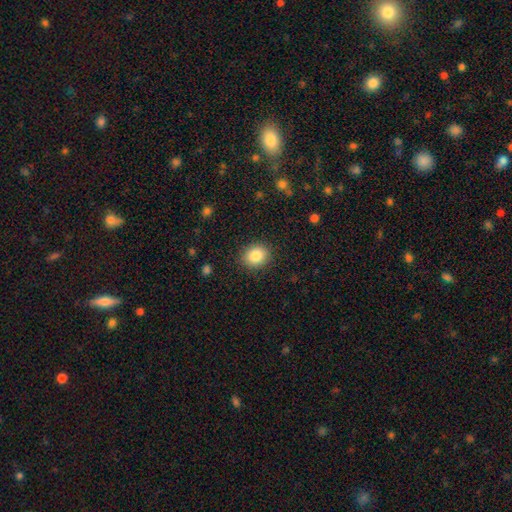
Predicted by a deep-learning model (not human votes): Smooth or featured? Predicted: smooth (p=0.85). How rounded? Predicted: round (p=0.69). Merging? Predicted: none (p=0.89).